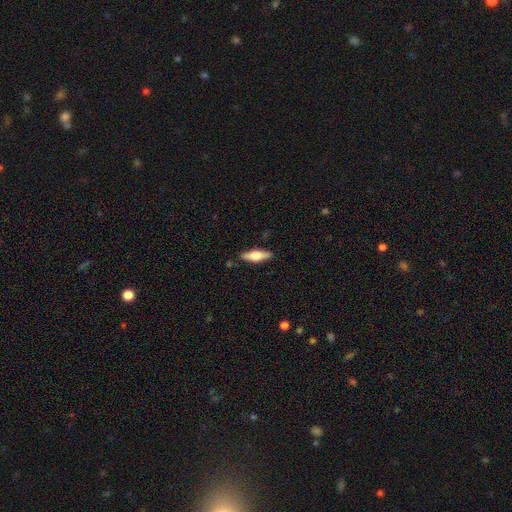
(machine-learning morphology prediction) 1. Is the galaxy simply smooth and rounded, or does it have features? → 48% featured or disk, 46% smooth, 6% star or artifact.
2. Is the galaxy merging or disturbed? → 87% none, 10% minor disturbance, 2% major disturbance, 2% merger.